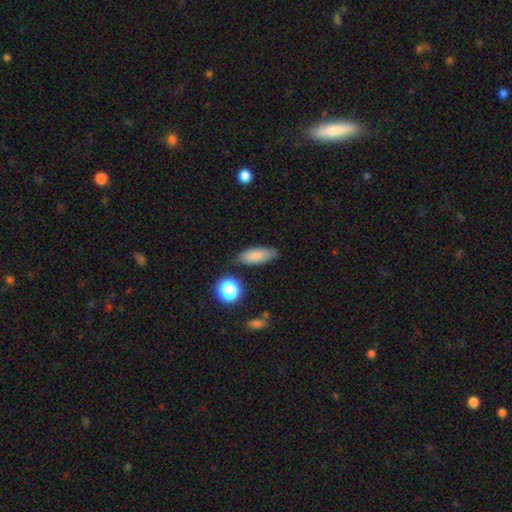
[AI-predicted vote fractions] smooth 81%, star or artifact 10%, featured or disk 9%. Down the decision tree: how rounded — in between (70%); merging — none (79%).